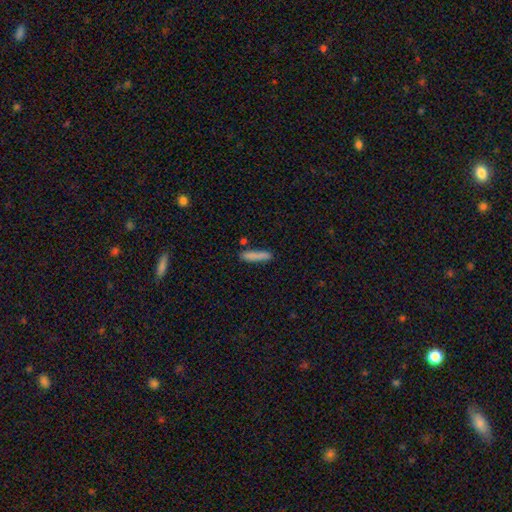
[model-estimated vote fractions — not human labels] A smooth galaxy with no disk features (83%) that is cigar-shaped (87%). Merging: none (79%).